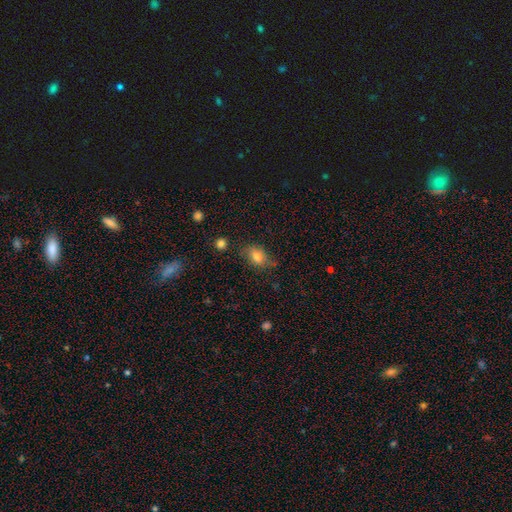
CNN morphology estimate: smooth 67%, featured or disk 18%, star or artifact 15%. Down the decision tree: how rounded — in between (70%); merging — none (69%).